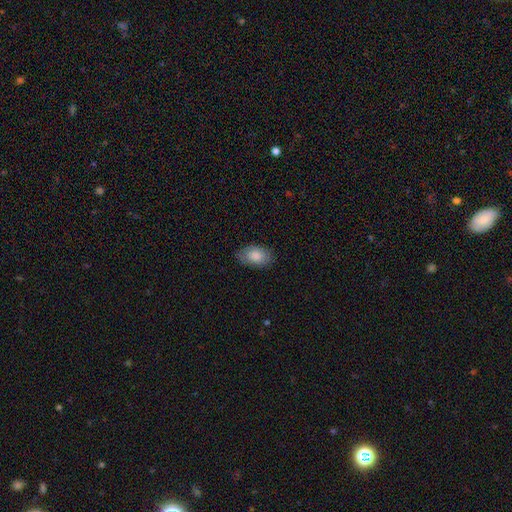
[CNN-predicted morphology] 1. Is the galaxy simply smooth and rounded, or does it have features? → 85% smooth, 8% featured or disk, 6% star or artifact.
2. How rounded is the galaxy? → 92% in between, 7% round, 1% cigar-shaped.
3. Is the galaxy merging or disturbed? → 78% none, 17% minor disturbance, 4% major disturbance, 1% merger.